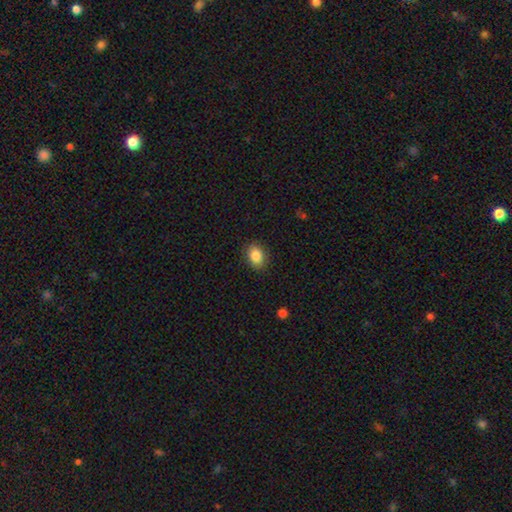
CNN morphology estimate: type=smooth (86%); roundness=in between (70%); merging=none (88%).